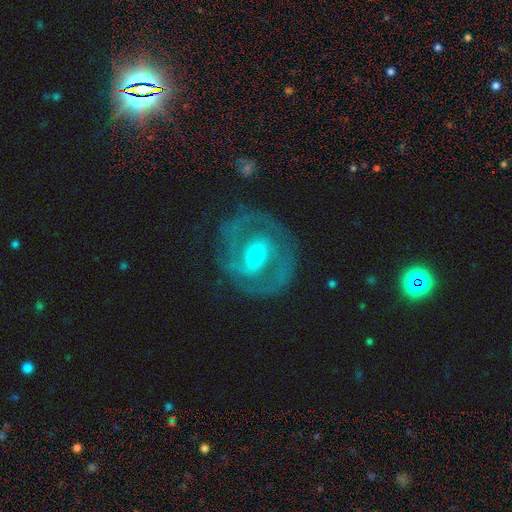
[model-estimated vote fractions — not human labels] Overall: featured or disk (85%). Edge-on disk: no (97%). Bar: weak (43%; no 32%). Spiral arms: yes (88%). Spiral arm count: 2 (79%). Spiral winding: tight (46%; medium 43%). Bulge size: moderate (55%; small 40%). Merging: none (78%).